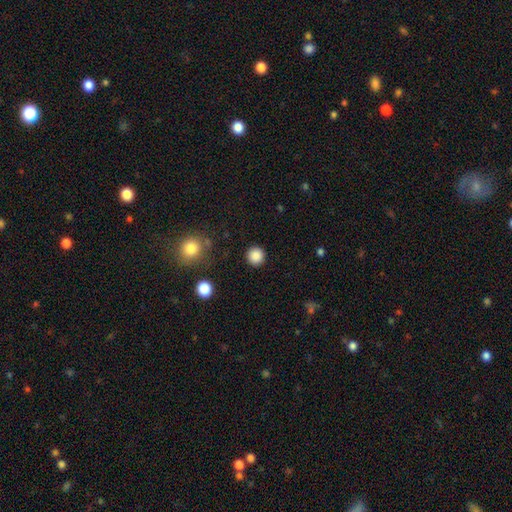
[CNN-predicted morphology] smooth-or-featured: smooth: 87% | star or artifact: 10% | featured or disk: 3%
  how-rounded: round: 95% | in between: 4% | cigar-shaped: 1%
  merging: none: 91% | minor disturbance: 5% | major disturbance: 2% | merger: 1%